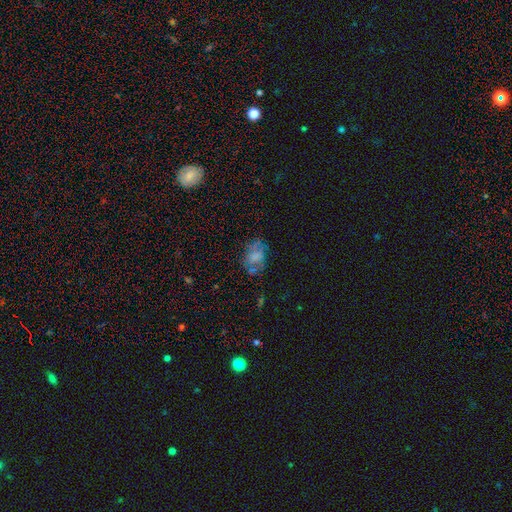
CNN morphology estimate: Q: Smooth or featured?
A: smooth (49%); runner-up: featured or disk (35%)
Q: Merging?
A: none (55%); runner-up: minor disturbance (24%)